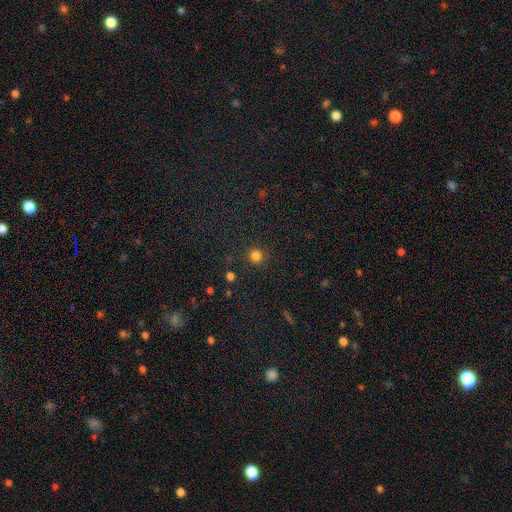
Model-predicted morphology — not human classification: This appears to be a smooth galaxy with no disk features (82%) that is round (93%). Merging: none (90%).